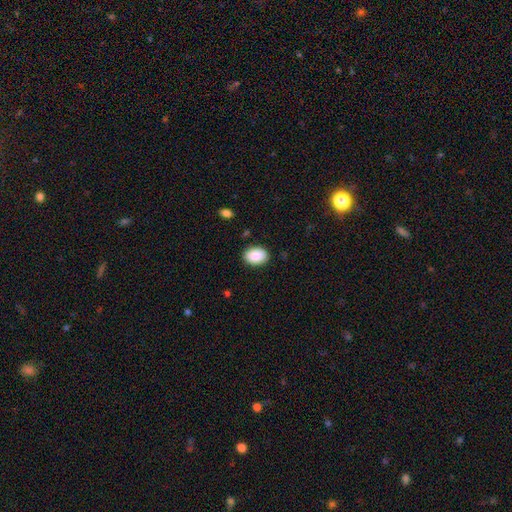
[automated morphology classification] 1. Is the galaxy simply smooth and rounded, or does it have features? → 90% smooth, 7% star or artifact, 3% featured or disk.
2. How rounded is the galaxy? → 81% in between, 18% round, 1% cigar-shaped.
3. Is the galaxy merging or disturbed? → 88% none, 9% minor disturbance, 2% major disturbance, 1% merger.